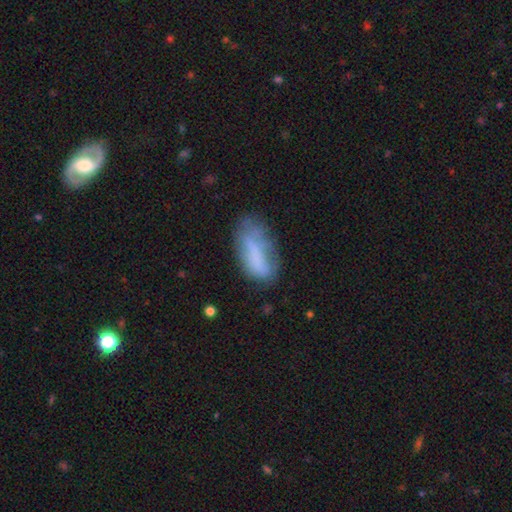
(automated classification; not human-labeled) Smooth or featured: smooth — 66% (featured or disk — 25%)
How rounded: in between — 78% (cigar-shaped — 19%)
Merging: none — 47% (minor disturbance — 31%)